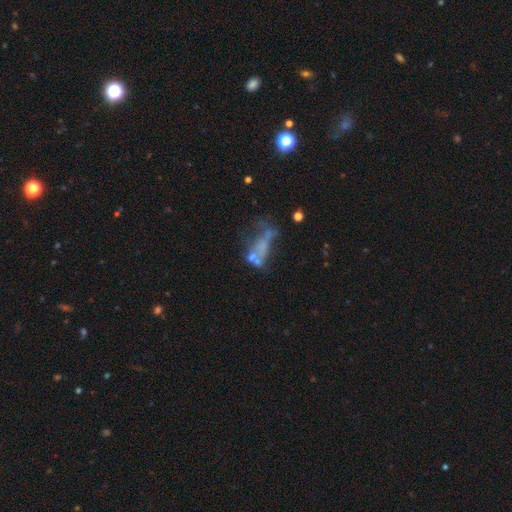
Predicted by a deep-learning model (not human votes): Smooth or featured? featured or disk (49%)
Merging? merger (36%)